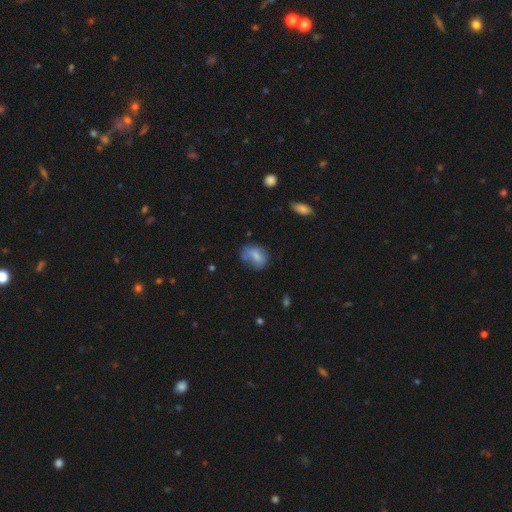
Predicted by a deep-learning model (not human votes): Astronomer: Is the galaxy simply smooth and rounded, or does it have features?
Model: smooth — 67%.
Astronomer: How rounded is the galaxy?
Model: in between — 65%.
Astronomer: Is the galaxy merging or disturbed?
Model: none — 51% (runner-up: minor disturbance, 30%).